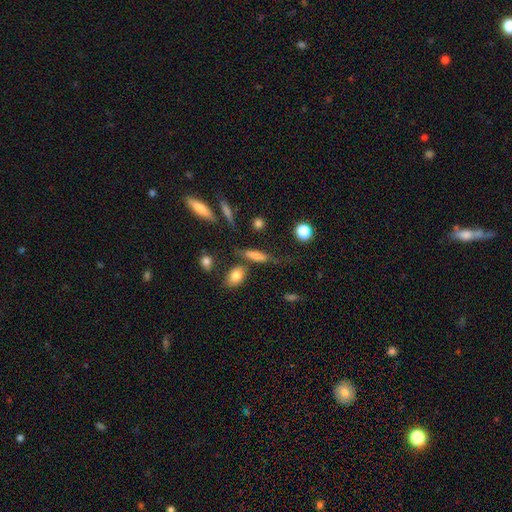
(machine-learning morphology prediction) This is likely a smooth galaxy (68%). How rounded: possibly cigar-shaped (57%). Merging: likely none (62%).